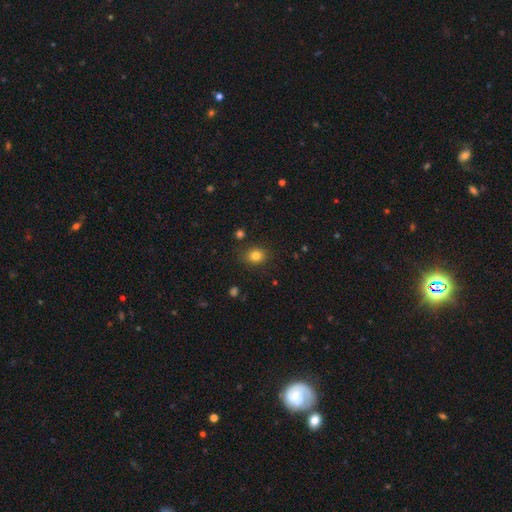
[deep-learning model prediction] smooth 81%, star or artifact 12%, featured or disk 6%. Down the decision tree: how rounded — round (60%); merging — none (84%).